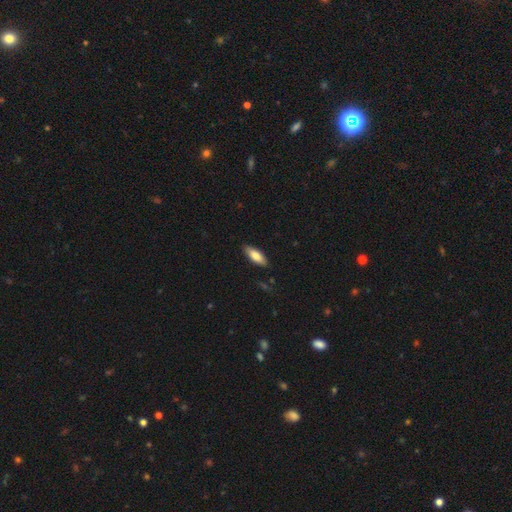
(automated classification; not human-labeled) This appears to be a smooth galaxy with no disk features (79%) that is in between round and cigar-shaped (69%). Merging: none (86%).